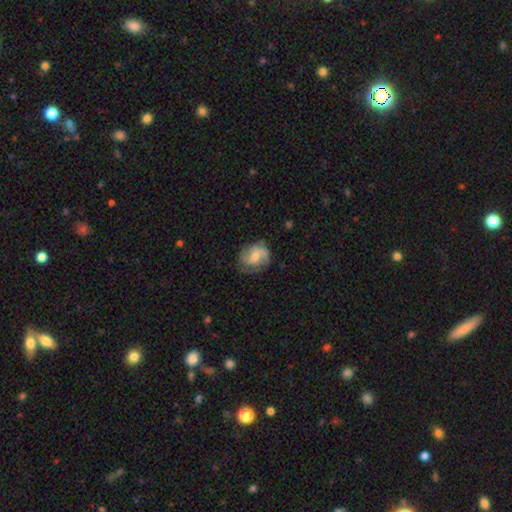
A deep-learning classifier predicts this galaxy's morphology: Smooth or featured? Predicted: featured or disk (p=0.69). Edge-on disk? Predicted: no (p=0.98). Bar? Predicted: weak (p=0.48). Spiral arms? Predicted: yes (p=0.93). Spiral winding? Predicted: medium (p=0.44). Spiral arm count? Predicted: 2 (p=0.77). Bulge size? Predicted: moderate (p=0.43). Merging? Predicted: none (p=0.72).